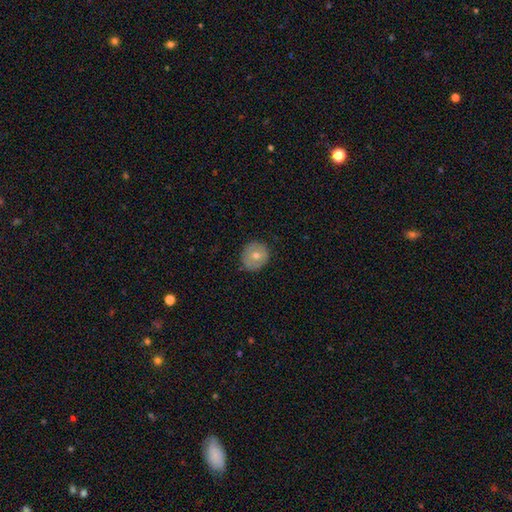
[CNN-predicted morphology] Smooth or featured: smooth — 66% (featured or disk — 27%)
How rounded: round — 85% (in between — 14%)
Merging: none — 85% (minor disturbance — 12%)